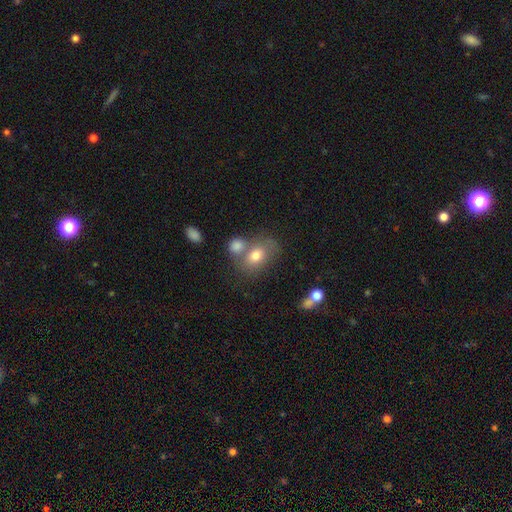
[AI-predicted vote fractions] Q: Smooth or featured?
A: smooth (73%); runner-up: featured or disk (17%)
Q: How rounded?
A: in between (66%); runner-up: round (32%)
Q: Merging?
A: none (45%); runner-up: merger (35%)